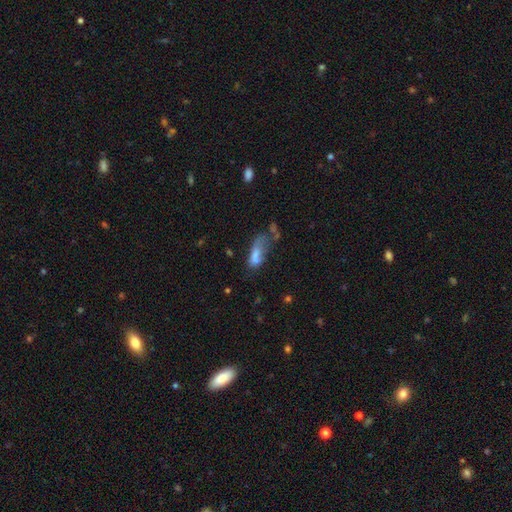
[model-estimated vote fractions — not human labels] Smooth or featured? Predicted: smooth (p=0.67). How rounded? Predicted: in between (p=0.69). Merging? Predicted: major disturbance (p=0.39).